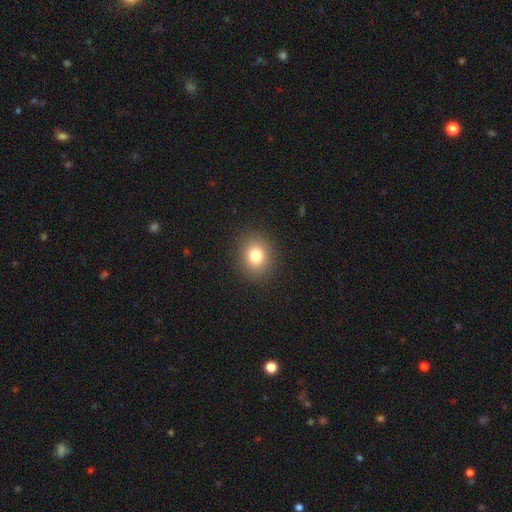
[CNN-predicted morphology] Smooth or featured? Predicted: smooth (p=0.79). How rounded? Predicted: round (p=0.69). Merging? Predicted: none (p=0.90).